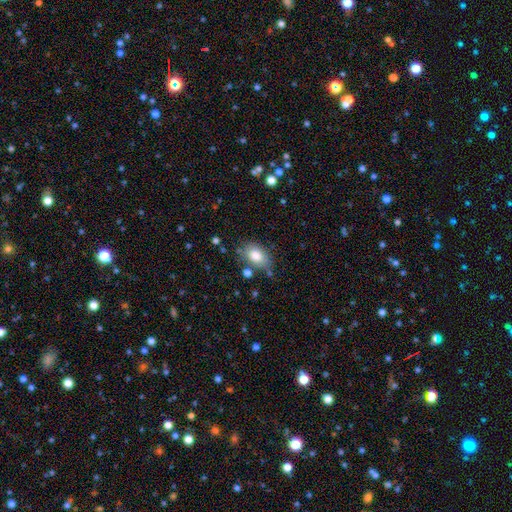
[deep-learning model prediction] Smooth or featured: smooth — 82% (featured or disk — 10%)
How rounded: in between — 83% (round — 15%)
Merging: none — 65% (minor disturbance — 22%)